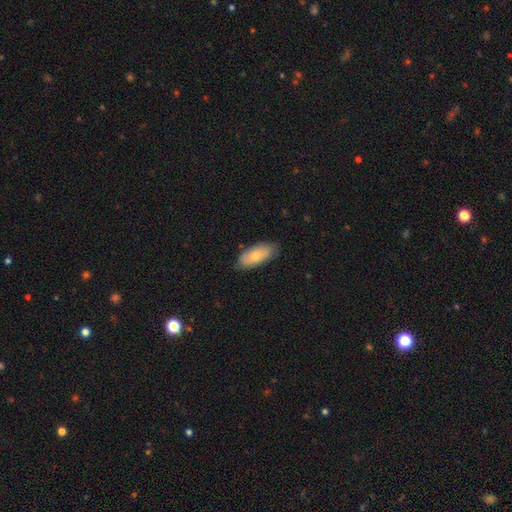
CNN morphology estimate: smooth_or_featured: smooth (p=0.75) [alt: featured or disk p=0.19]
how_rounded: in between (p=0.89) [alt: cigar-shaped p=0.09]
merging: none (p=0.80) [alt: minor disturbance p=0.16]